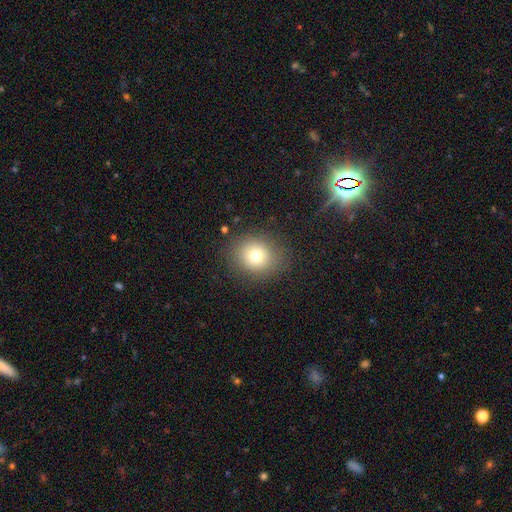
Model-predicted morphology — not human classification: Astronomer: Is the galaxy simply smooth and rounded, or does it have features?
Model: smooth — 74%.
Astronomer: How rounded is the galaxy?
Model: round — 72%.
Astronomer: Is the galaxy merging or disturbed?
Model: none — 84%.